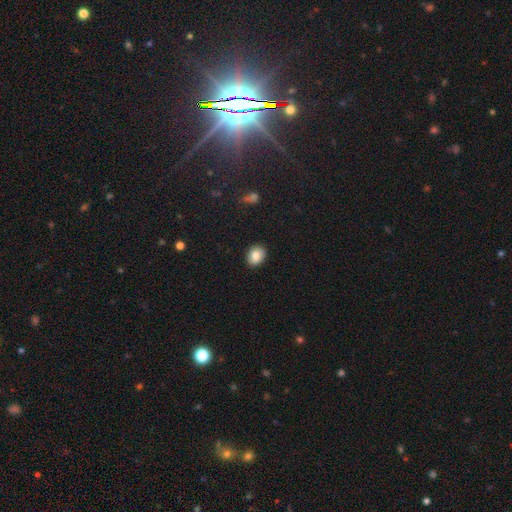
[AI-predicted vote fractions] smooth-or-featured: smooth: 83% | featured or disk: 9% | star or artifact: 8%
  how-rounded: in between: 53% | round: 46% | cigar-shaped: 1%
  merging: none: 88% | minor disturbance: 9% | major disturbance: 2% | merger: 1%